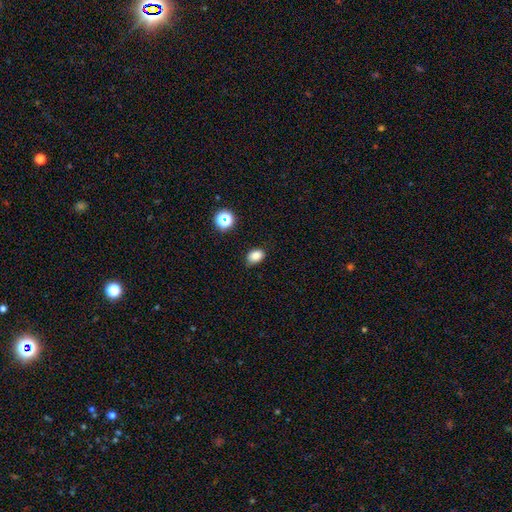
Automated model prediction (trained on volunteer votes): The model was most divided on "how rounded": in between: 74%, round: 25%, cigar-shaped: 1%. More confident: smooth or featured — smooth (83%); merging — none (80%).